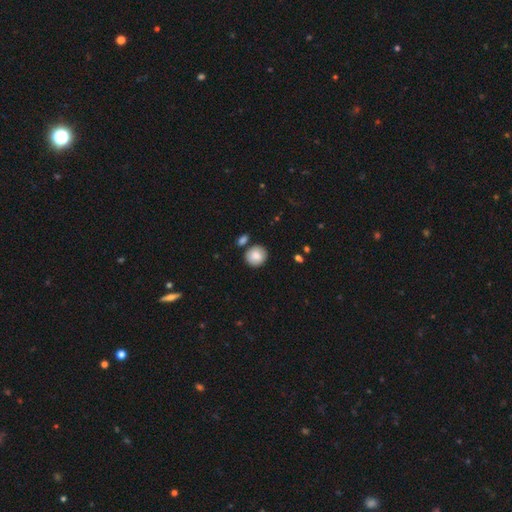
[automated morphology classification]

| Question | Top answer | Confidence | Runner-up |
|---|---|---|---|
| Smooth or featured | smooth | 86% | star or artifact (7%) |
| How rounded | round | 88% | in between (11%) |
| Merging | none | 80% | minor disturbance (9%) |